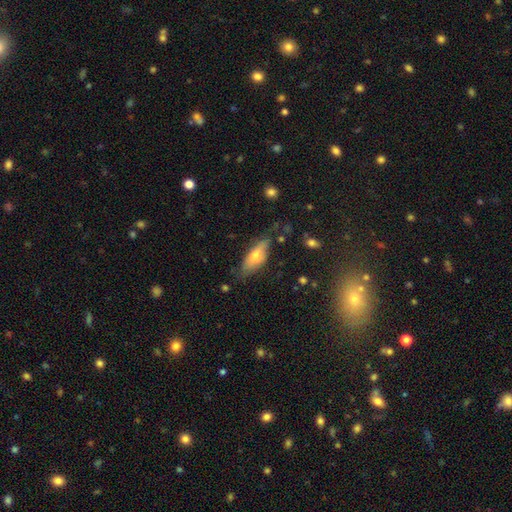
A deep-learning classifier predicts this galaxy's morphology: type=smooth (57%); roundness=in between (62%); merging=none (65%).